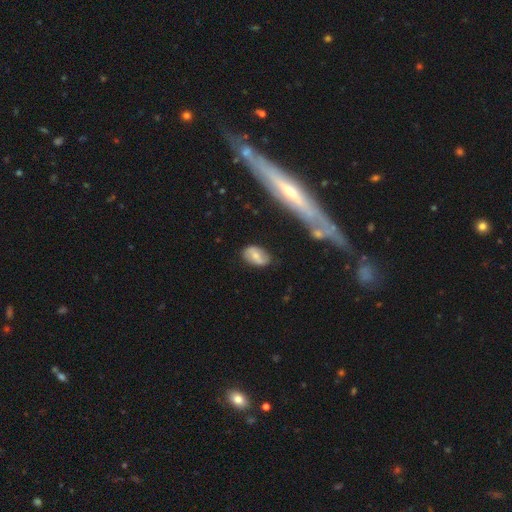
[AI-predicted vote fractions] Smooth or featured? smooth (57%)
How rounded? in between (89%)
Merging? none (79%)